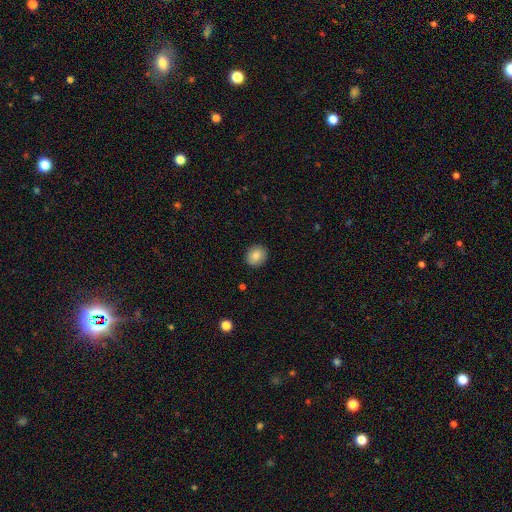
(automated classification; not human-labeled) smooth_or_featured: smooth (p=0.84) [alt: star or artifact p=0.08]
how_rounded: round (p=0.73) [alt: in between p=0.26]
merging: none (p=0.89) [alt: minor disturbance p=0.08]